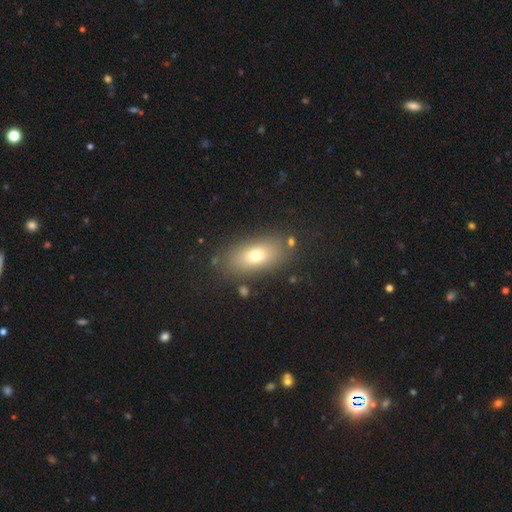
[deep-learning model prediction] Smooth or featured: smooth — 71% (featured or disk — 19%)
How rounded: in between — 82% (cigar-shaped — 10%)
Merging: none — 81% (minor disturbance — 11%)